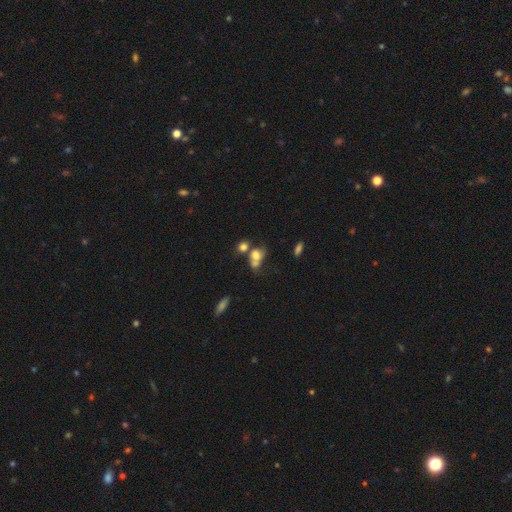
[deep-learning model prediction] Q: Smooth or featured?
A: smooth (69%); runner-up: featured or disk (18%)
Q: How rounded?
A: in between (55%); runner-up: round (43%)
Q: Merging?
A: merger (50%); runner-up: none (26%)